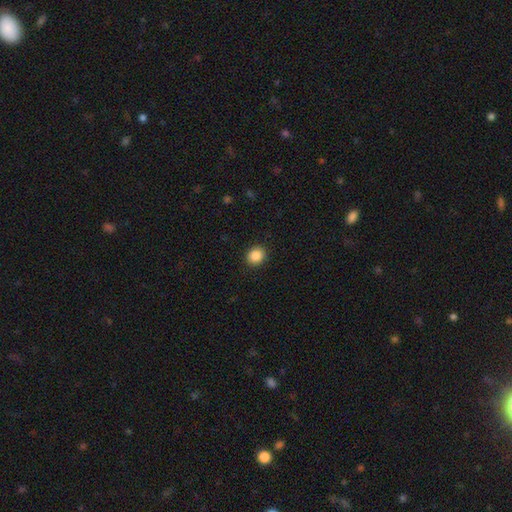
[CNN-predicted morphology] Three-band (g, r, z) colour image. It shows a smooth galaxy with no disk features (87%) that is round (79%). Merging: none (91%).